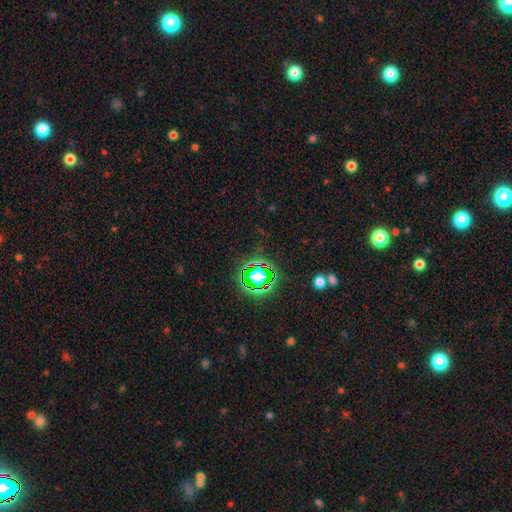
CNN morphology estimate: Overall: star or artifact (79%).